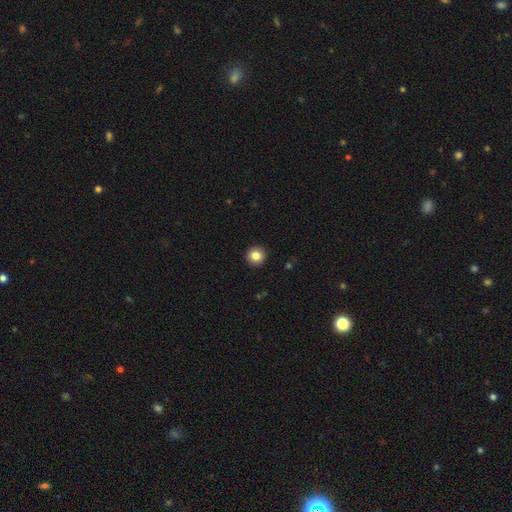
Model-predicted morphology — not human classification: Smooth or featured?
  - smooth: 85% *
  - star or artifact: 10%
  - featured or disk: 6%
How rounded?
  - round: 95% *
  - in between: 4%
  - cigar-shaped: 1%
Merging?
  - none: 93% *
  - minor disturbance: 4%
  - major disturbance: 1%
  - merger: 1%